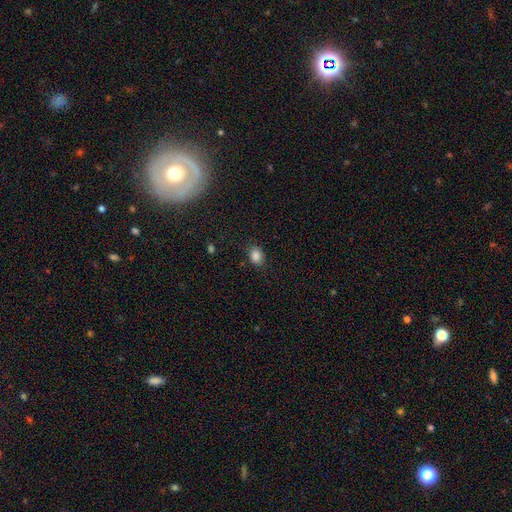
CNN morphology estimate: The model was most divided on "how rounded": in between: 64%, round: 35%, cigar-shaped: 1%. More confident: smooth or featured — smooth (85%); merging — none (82%).